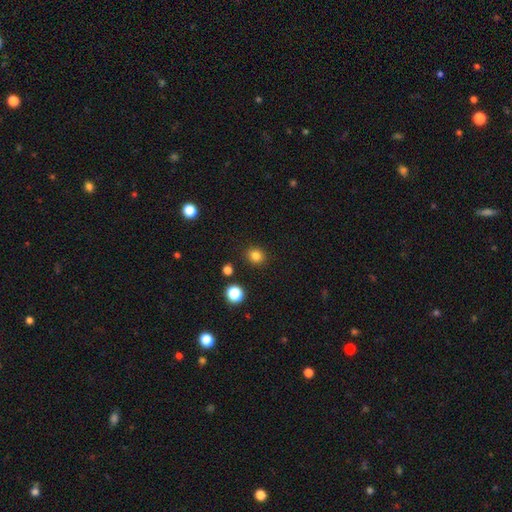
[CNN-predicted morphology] This is clearly a smooth galaxy (82%). How rounded: clearly round (87%). Merging: clearly none (90%).